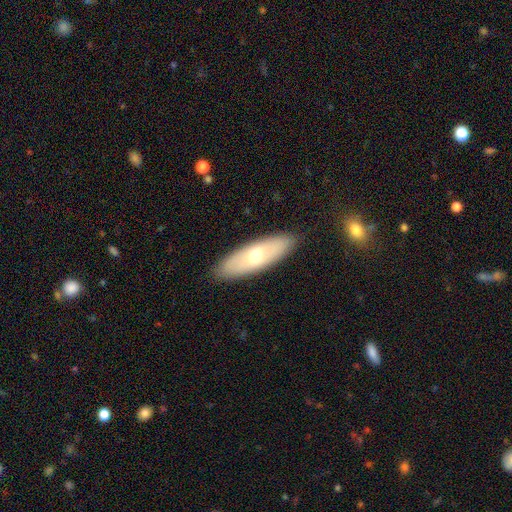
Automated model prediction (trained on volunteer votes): smooth-or-featured: smooth: 59% | featured or disk: 36% | star or artifact: 6%
  how-rounded: in between: 60% | cigar-shaped: 38% | round: 2%
  merging: none: 88% | minor disturbance: 8% | major disturbance: 2% | merger: 1%